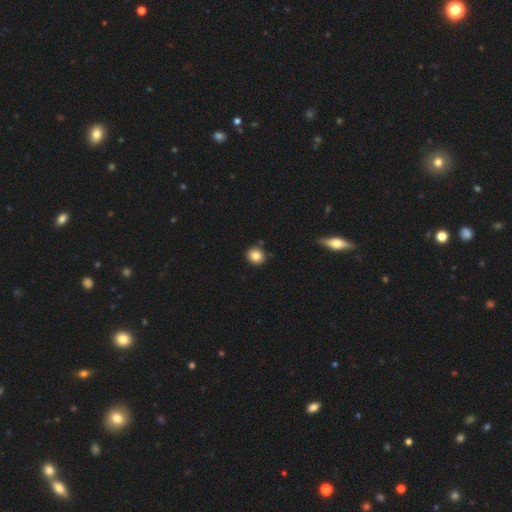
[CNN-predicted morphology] This appears to be a smooth galaxy with no disk features (84%) that is round (87%). Merging: none (86%).